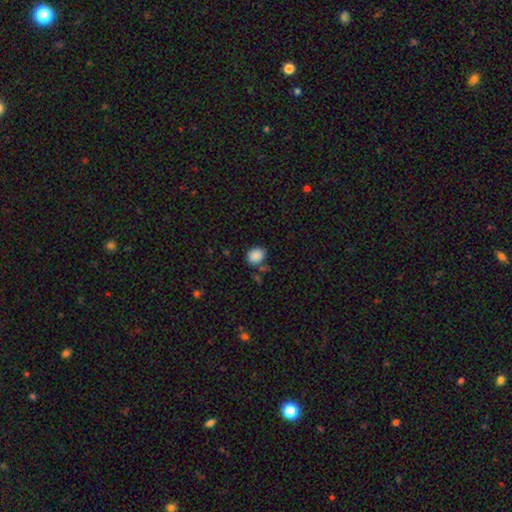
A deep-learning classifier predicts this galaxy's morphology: Smooth or featured? smooth (88%)
How rounded? round (51%)
Merging? none (72%)